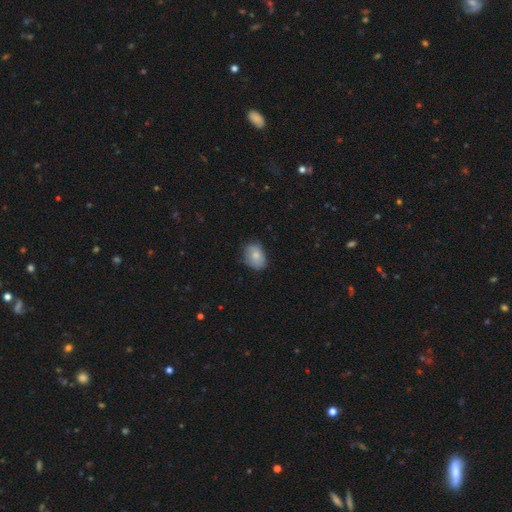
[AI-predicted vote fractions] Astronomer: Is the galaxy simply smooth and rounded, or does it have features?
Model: smooth — 79%.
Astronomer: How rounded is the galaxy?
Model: in between — 71%.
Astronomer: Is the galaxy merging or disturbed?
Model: none — 71%.